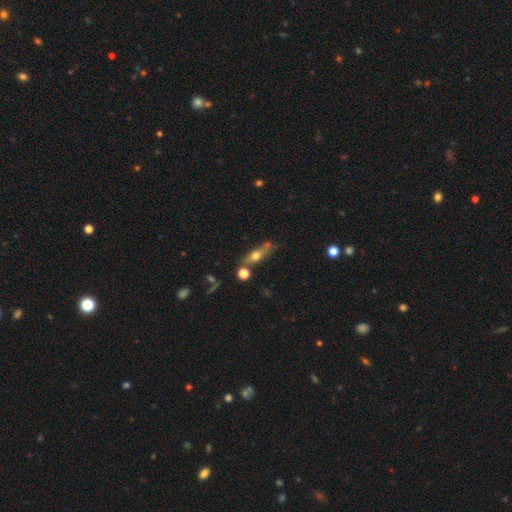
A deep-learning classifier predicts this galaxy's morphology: A smooth galaxy with no disk features (47%).

Vote fractions:
- Smooth or featured? smooth: 47% / featured or disk: 43% / star or artifact: 10%
- Merging? none: 60% / minor disturbance: 18% / merger: 16% / major disturbance: 7%